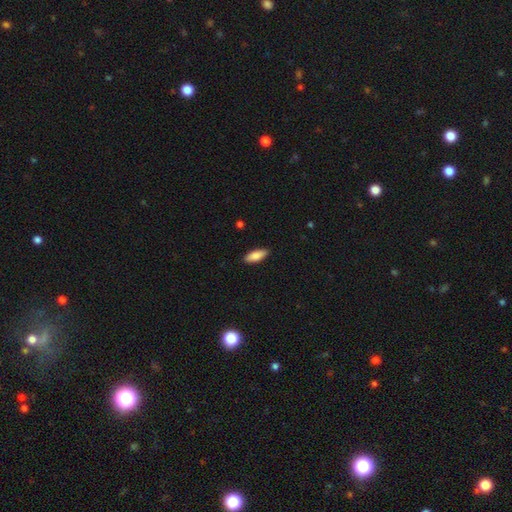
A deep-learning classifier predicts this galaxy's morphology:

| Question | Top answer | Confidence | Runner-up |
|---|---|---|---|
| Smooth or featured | smooth | 85% | featured or disk (9%) |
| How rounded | in between | 75% | cigar-shaped (23%) |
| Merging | none | 89% | minor disturbance (9%) |